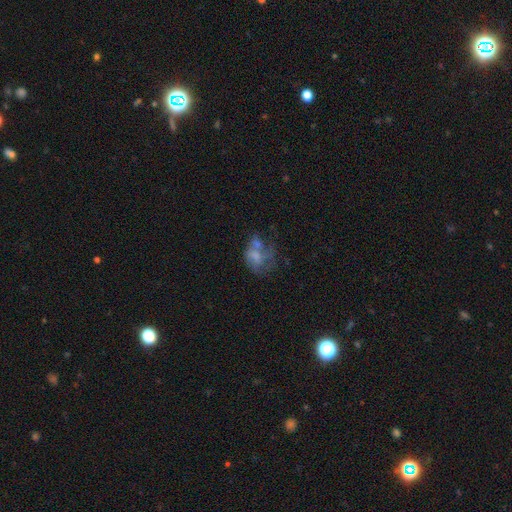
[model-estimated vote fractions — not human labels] smooth_or_featured: featured or disk (p=0.48) [alt: smooth p=0.34]
merging: none (p=0.31) [alt: major disturbance p=0.28]